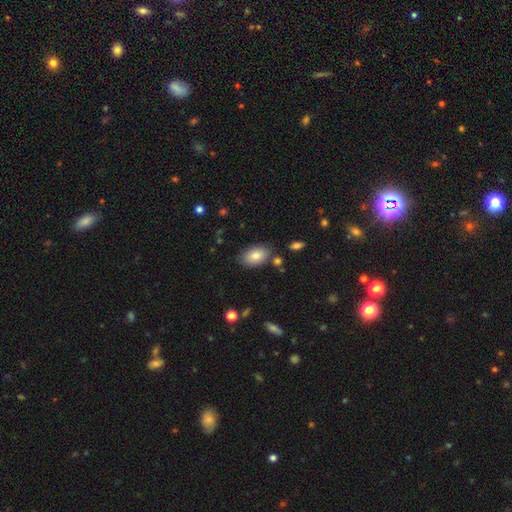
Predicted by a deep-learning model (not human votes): Morphology: type=smooth (80%); roundness=in between (91%); merging=none (79%).